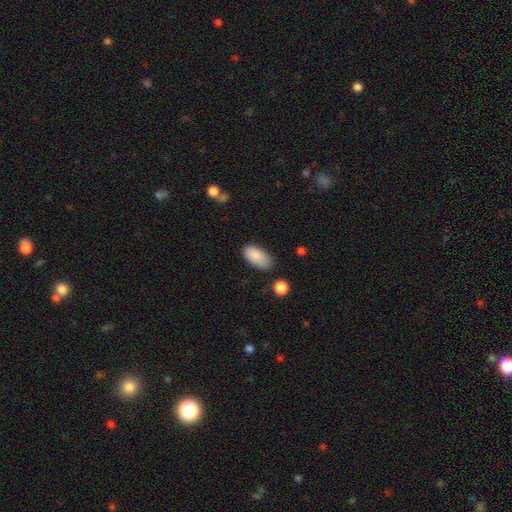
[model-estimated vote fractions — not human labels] Morphology: type=smooth (87%); roundness=in between (93%); merging=none (74%).